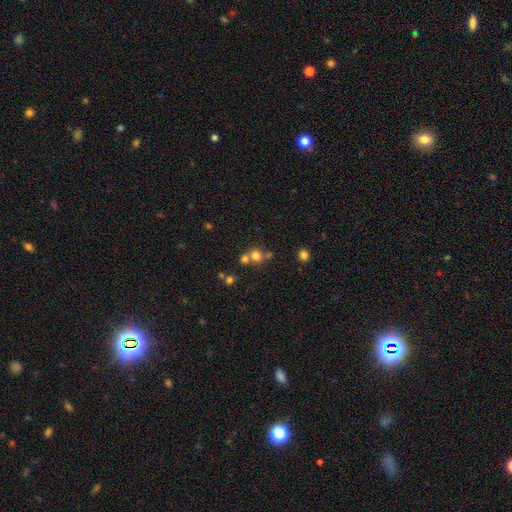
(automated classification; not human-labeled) Smooth or featured? Predicted: smooth (p=0.73). How rounded? Predicted: round (p=0.83). Merging? Predicted: none (p=0.47).